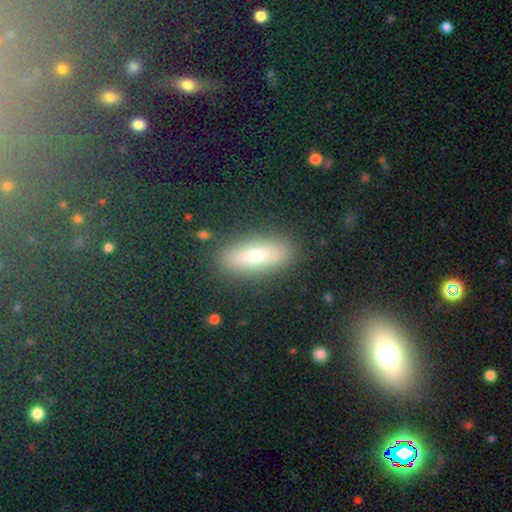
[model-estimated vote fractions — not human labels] A smooth galaxy with no disk features (71%) that is in between round and cigar-shaped (64%). Merging: none (86%).